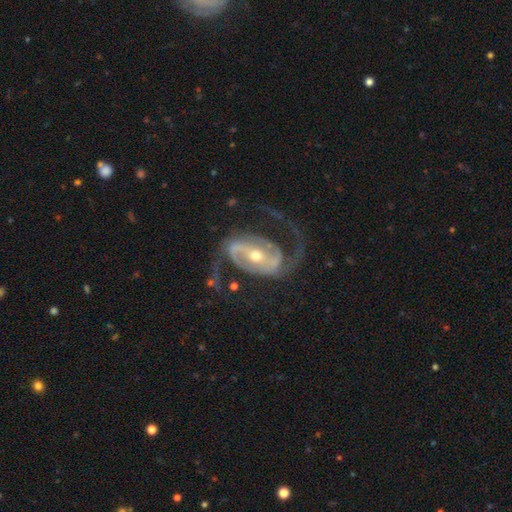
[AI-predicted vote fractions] The model was most divided on "bar": strong: 48%, weak: 32%, no: 20%. More confident: edge-on disk — no (97%); spiral arms — yes (96%); smooth or featured — featured or disk (91%); spiral arm count — 2 (89%); merging — none (63%); bulge size — moderate (58%); spiral winding — medium (50%).